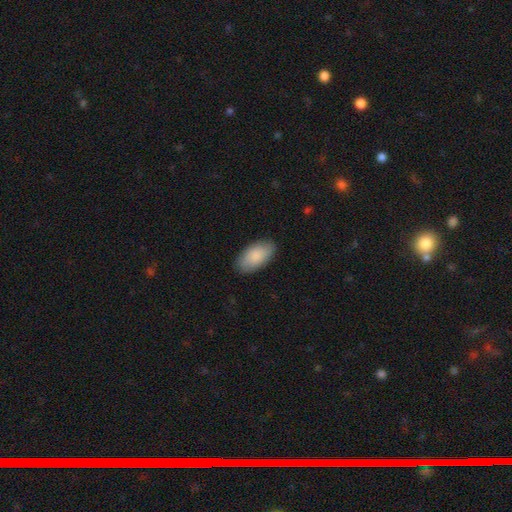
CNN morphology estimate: Smooth or featured: smooth — 86% (featured or disk — 9%)
How rounded: in between — 95% (round — 3%)
Merging: none — 85% (minor disturbance — 12%)